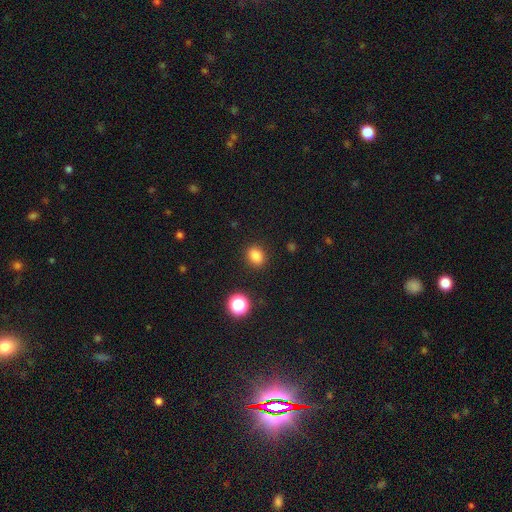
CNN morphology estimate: smooth_or_featured: smooth (p=0.83) [alt: star or artifact p=0.13]
how_rounded: in between (p=0.54) [alt: round p=0.45]
merging: none (p=0.88) [alt: minor disturbance p=0.07]